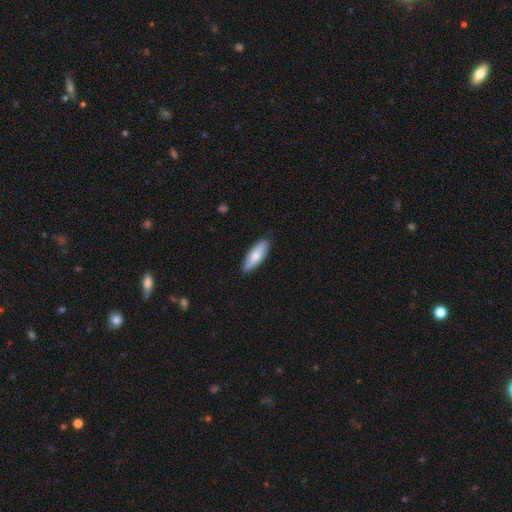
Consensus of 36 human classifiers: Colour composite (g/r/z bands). It shows a smooth galaxy with no disk features (75%) that is in between round and cigar-shaped (56%). Merging: none (78%).